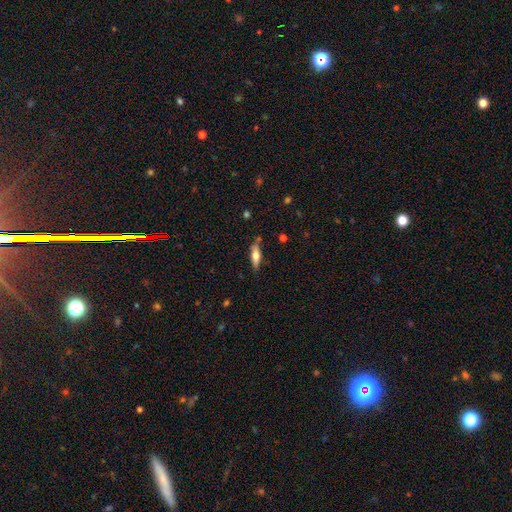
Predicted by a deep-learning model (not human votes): Morphology: type=smooth (56%); roundness=cigar-shaped (53%); merging=none (76%).